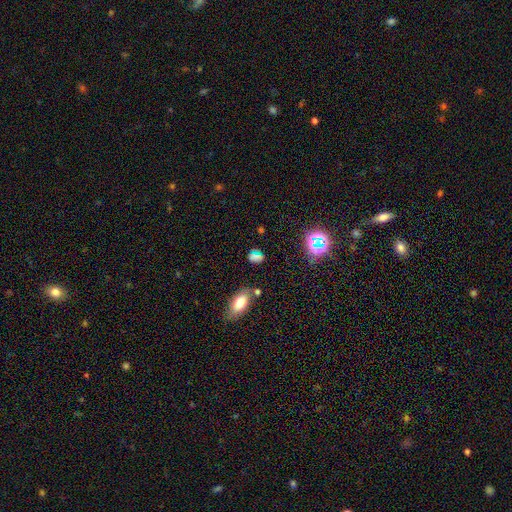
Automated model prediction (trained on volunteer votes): smooth_or_featured: smooth (p=0.52) [alt: star or artifact p=0.36]
how_rounded: in between (p=0.67) [alt: round p=0.26]
merging: none (p=0.73) [alt: minor disturbance p=0.14]